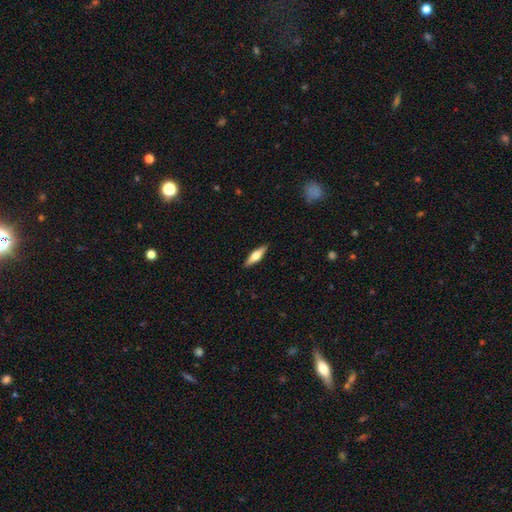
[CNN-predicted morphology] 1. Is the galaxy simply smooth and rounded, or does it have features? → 49% smooth, 46% featured or disk, 6% star or artifact.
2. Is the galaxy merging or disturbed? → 90% none, 8% minor disturbance, 2% major disturbance, 1% merger.